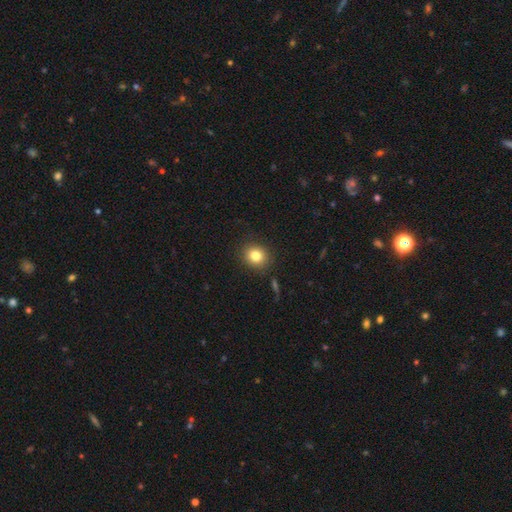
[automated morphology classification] The model was most divided on "how rounded": round: 76%, in between: 23%, cigar-shaped: 1%. More confident: merging — none (88%); smooth or featured — smooth (82%).